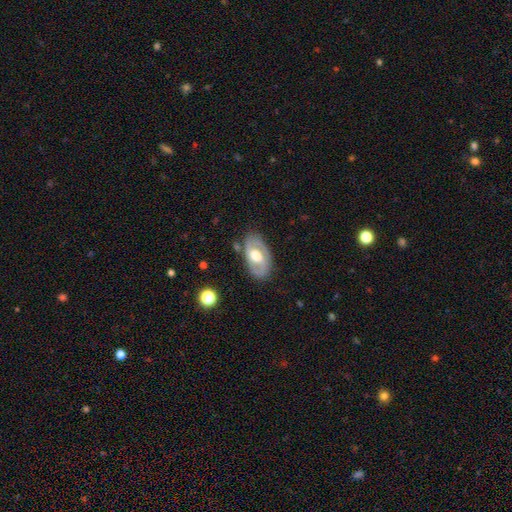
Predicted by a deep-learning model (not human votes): Overall: featured or disk (66%; smooth 29%). Edge-on disk: no (92%). Bar: no (57%; weak 32%). Spiral arms: yes (54%; no 46%). Bulge size: moderate (57%; large 35%). Merging: none (78%).